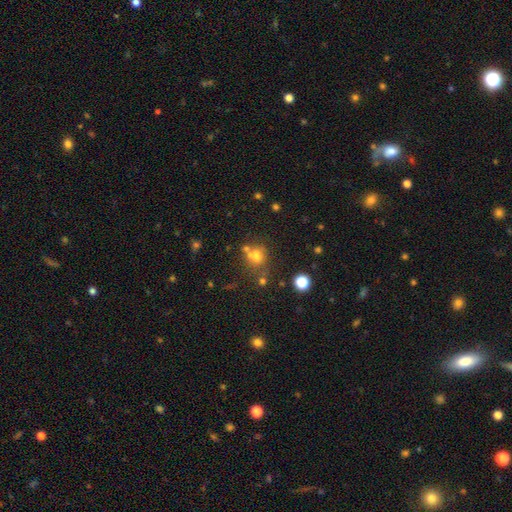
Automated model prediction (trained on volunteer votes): A smooth galaxy with no disk features (62%) that is round (76%). Merging: none (48%).